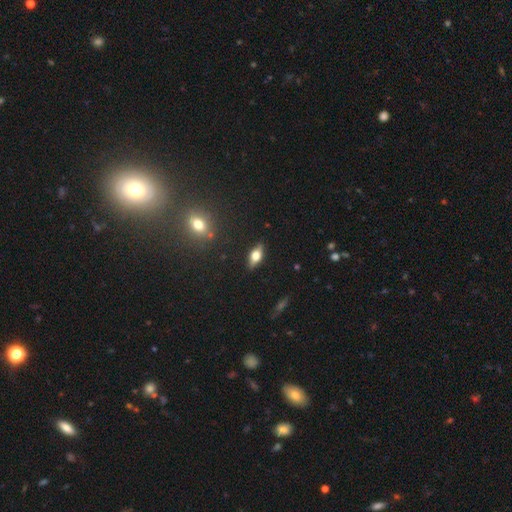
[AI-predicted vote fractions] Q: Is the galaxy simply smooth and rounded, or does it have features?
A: featured or disk — 46%.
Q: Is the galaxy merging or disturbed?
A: none — 87%.